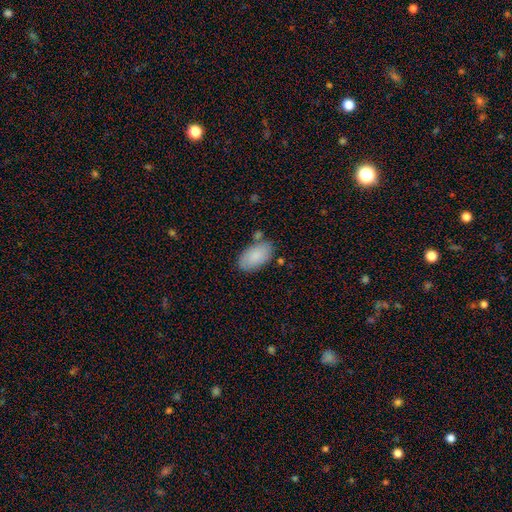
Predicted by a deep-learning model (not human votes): Smooth or featured?
  - smooth: 85% *
  - featured or disk: 9%
  - star or artifact: 6%
How rounded?
  - in between: 95% *
  - round: 4%
  - cigar-shaped: 2%
Merging?
  - none: 73% *
  - minor disturbance: 16%
  - merger: 7%
  - major disturbance: 4%